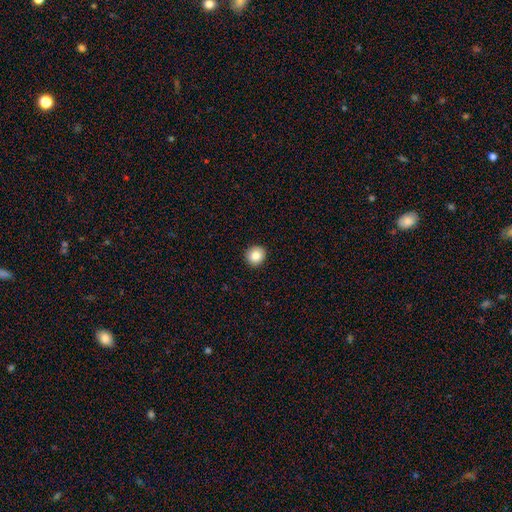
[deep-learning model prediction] smooth-or-featured: smooth: 86% | star or artifact: 9% | featured or disk: 5%
  how-rounded: round: 91% | in between: 8% | cigar-shaped: 1%
  merging: none: 92% | minor disturbance: 5% | major disturbance: 2% | merger: 1%